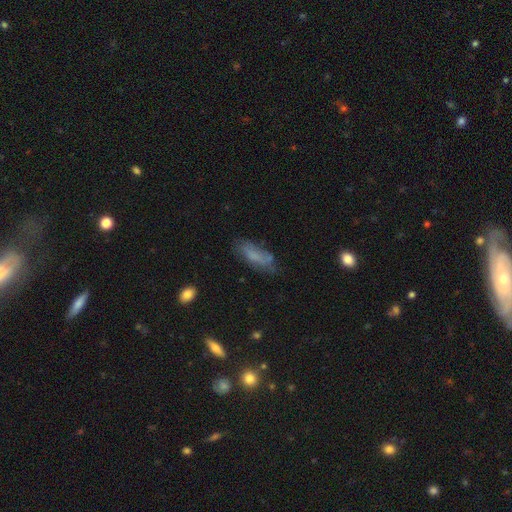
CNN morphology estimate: Smooth or featured? Predicted: smooth (p=0.62). How rounded? Predicted: in between (p=0.61). Merging? Predicted: none (p=0.58).